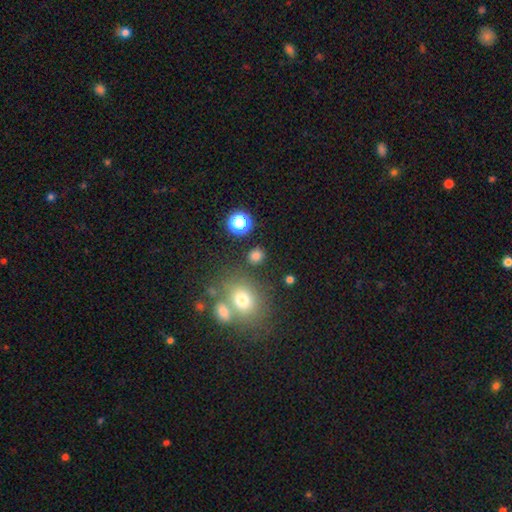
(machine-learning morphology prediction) This is likely a smooth galaxy (77%). How rounded: likely round (77%). Merging: clearly none (81%).